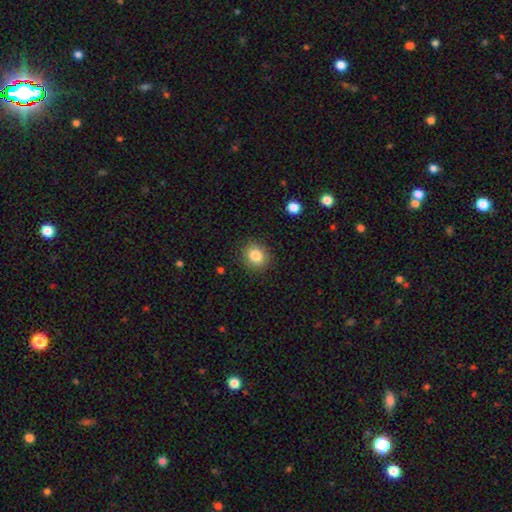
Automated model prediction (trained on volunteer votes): Smooth or featured? Predicted: smooth (p=0.83). How rounded? Predicted: round (p=0.70). Merging? Predicted: none (p=0.88).